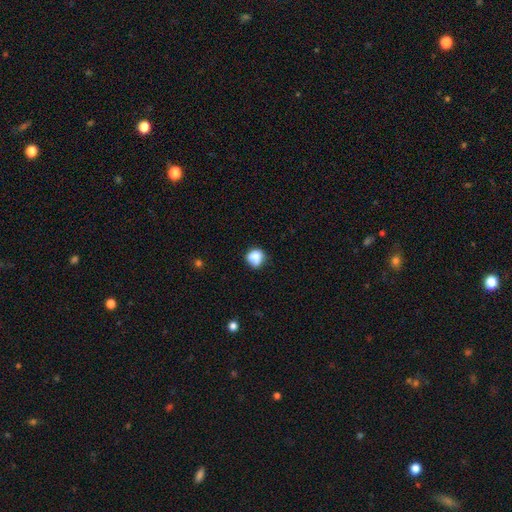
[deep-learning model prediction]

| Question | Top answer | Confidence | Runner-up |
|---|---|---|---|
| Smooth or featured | smooth | 80% | star or artifact (10%) |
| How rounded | round | 71% | in between (28%) |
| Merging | none | 48% | minor disturbance (31%) |